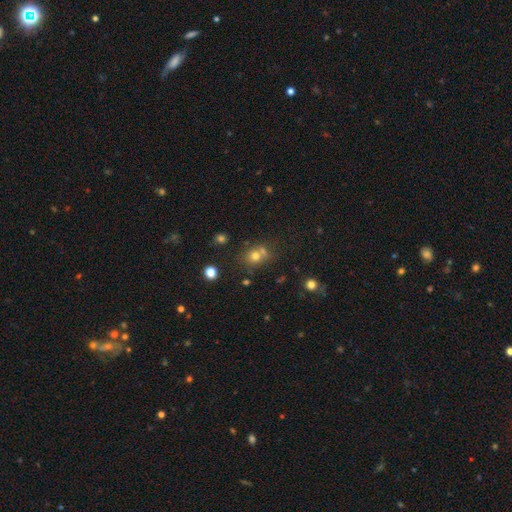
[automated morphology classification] Q: Smooth or featured?
A: smooth (69%); runner-up: star or artifact (19%)
Q: How rounded?
A: round (75%); runner-up: in between (24%)
Q: Merging?
A: none (52%); runner-up: merger (32%)